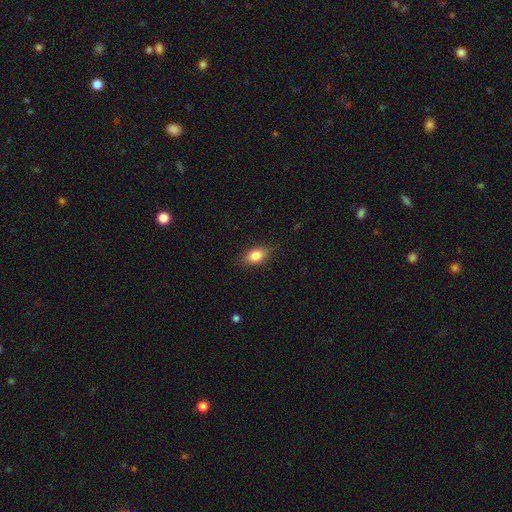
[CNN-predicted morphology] Smooth or featured? smooth (82%)
How rounded? in between (82%)
Merging? none (81%)